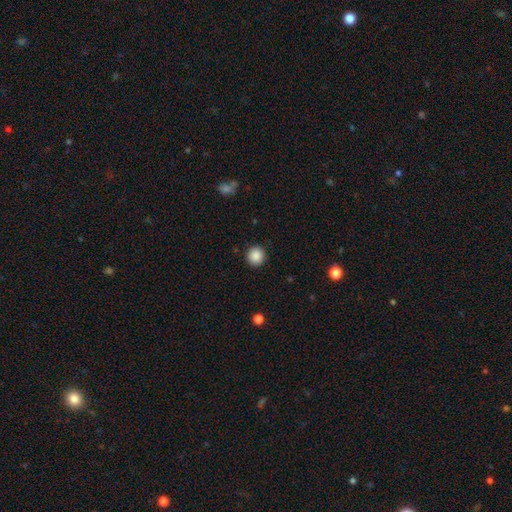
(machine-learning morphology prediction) A smooth galaxy with no disk features (88%) that is round (94%). Merging: none (92%).